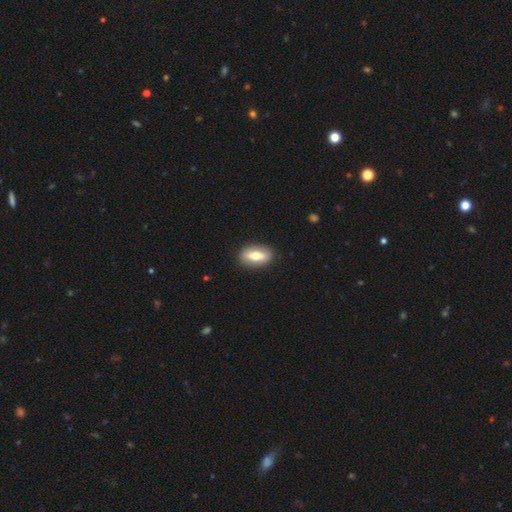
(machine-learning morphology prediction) Overall: smooth (60%; featured or disk 33%). How rounded: in between (85%). Merging: none (88%).